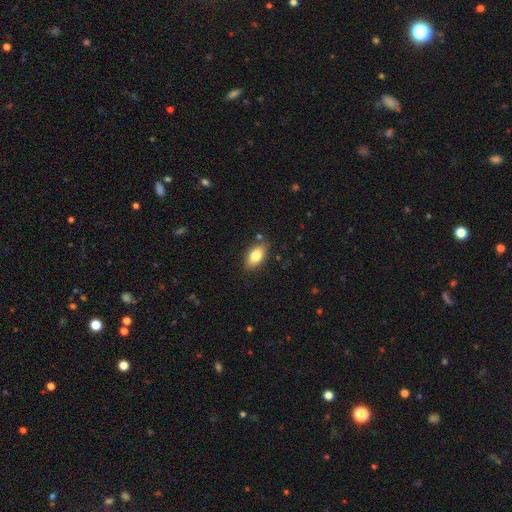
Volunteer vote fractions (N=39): Overall: smooth (82%). How rounded: in between (97%). Merging: none (89%).